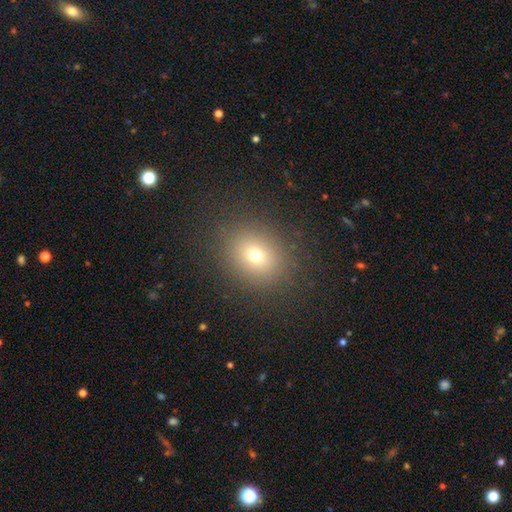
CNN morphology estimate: A smooth galaxy with no disk features (70%) that is round (66%). Merging: none (87%).